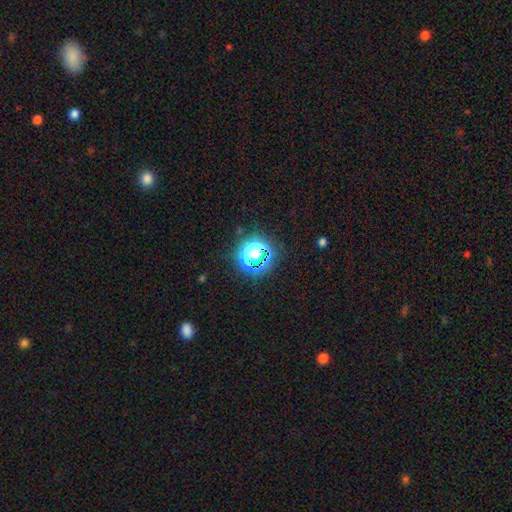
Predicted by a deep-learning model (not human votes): This appears to be a star or artifact, not a galaxy (61%).